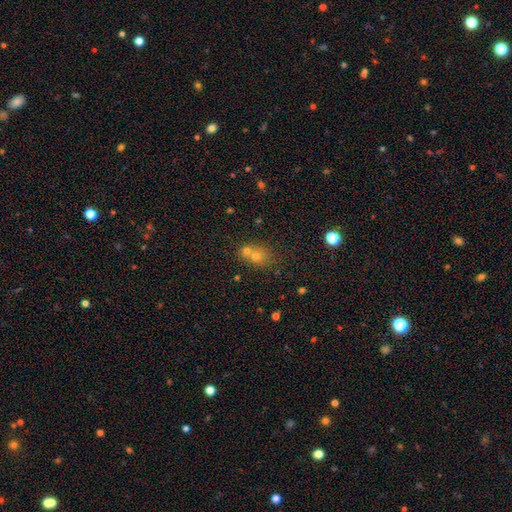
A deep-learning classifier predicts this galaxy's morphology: smooth_or_featured: smooth (p=0.61) [alt: star or artifact p=0.24]
how_rounded: round (p=0.70) [alt: in between p=0.28]
merging: merger (p=0.46) [alt: none p=0.44]